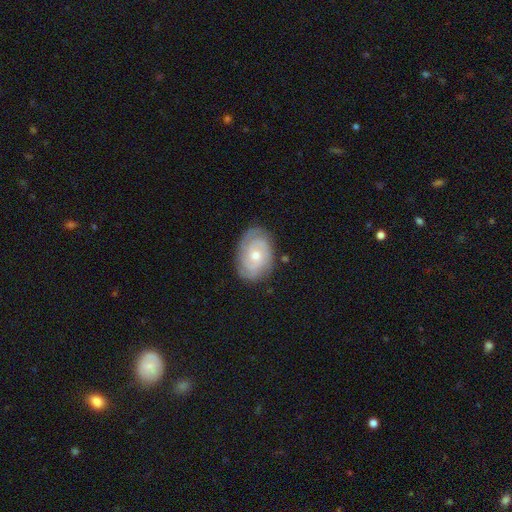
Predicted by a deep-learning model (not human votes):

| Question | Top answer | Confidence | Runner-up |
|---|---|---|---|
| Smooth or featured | featured or disk | 77% | smooth (18%) |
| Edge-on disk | no | 97% | yes (3%) |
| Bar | no | 71% | weak (26%) |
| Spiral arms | yes | 94% | no (6%) |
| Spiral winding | tight | 67% | medium (27%) |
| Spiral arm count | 2 | 33% | can't tell (27%) |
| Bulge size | moderate | 57% | small (39%) |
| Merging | none | 81% | minor disturbance (14%) |